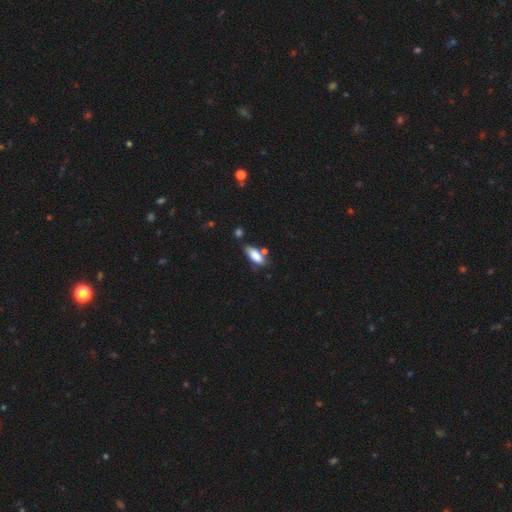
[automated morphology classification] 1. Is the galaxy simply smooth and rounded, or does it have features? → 83% smooth, 10% featured or disk, 7% star or artifact.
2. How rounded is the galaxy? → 72% in between, 26% cigar-shaped, 2% round.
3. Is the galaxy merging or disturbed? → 63% none, 20% minor disturbance, 12% merger, 5% major disturbance.